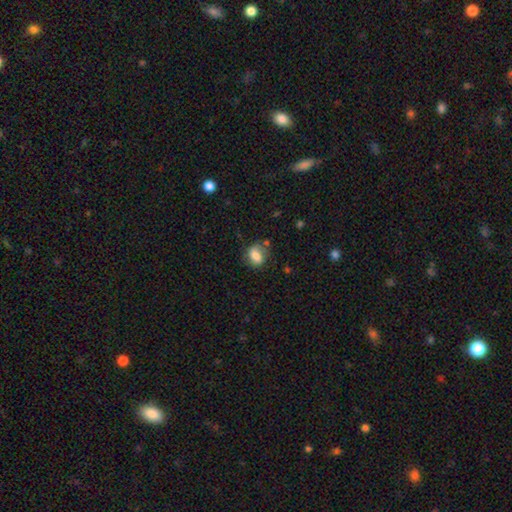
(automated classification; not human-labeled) Smooth or featured: smooth — 76% (featured or disk — 15%)
How rounded: in between — 62% (round — 37%)
Merging: none — 63% (minor disturbance — 24%)